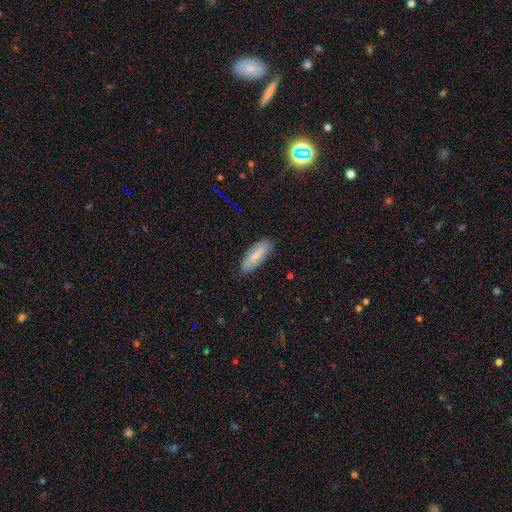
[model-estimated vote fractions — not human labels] smooth 76%, featured or disk 18%, star or artifact 7%. Down the decision tree: how rounded — in between (64%); merging — none (85%).